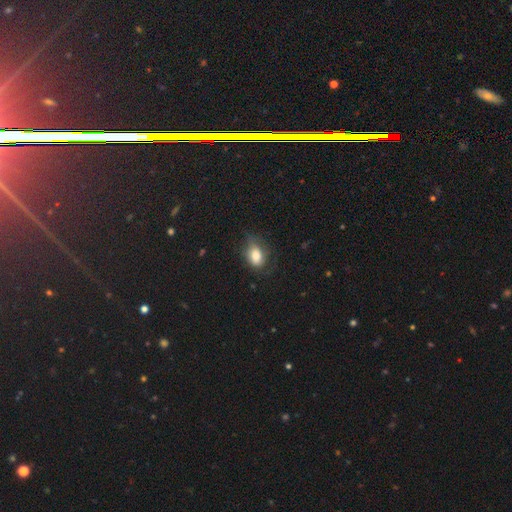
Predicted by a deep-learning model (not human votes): smooth-or-featured: smooth: 82% | featured or disk: 9% | star or artifact: 9%
  how-rounded: in between: 79% | round: 20% | cigar-shaped: 2%
  merging: none: 57% | minor disturbance: 29% | major disturbance: 13% | merger: 2%